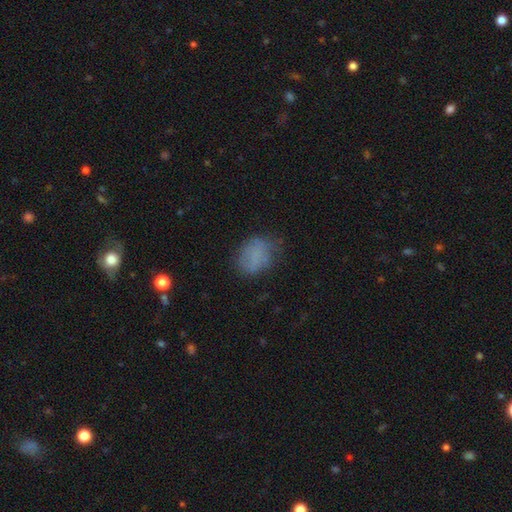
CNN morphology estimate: Q: Smooth or featured?
A: smooth (74%); runner-up: featured or disk (14%)
Q: How rounded?
A: in between (65%); runner-up: round (34%)
Q: Merging?
A: none (61%); runner-up: minor disturbance (26%)